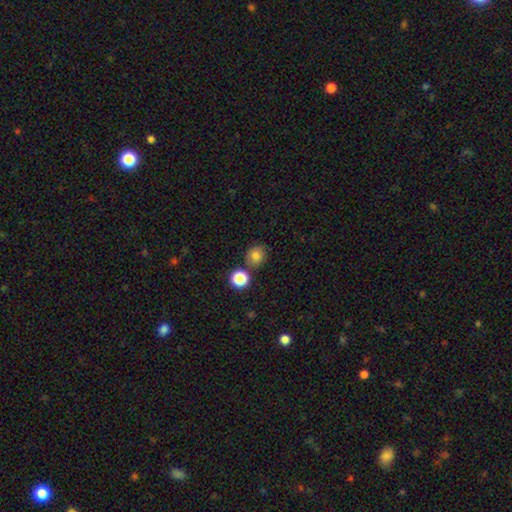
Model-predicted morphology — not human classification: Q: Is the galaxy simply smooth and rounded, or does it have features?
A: smooth — 79%.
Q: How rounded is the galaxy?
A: round — 82%.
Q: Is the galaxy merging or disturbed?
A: none — 76%.